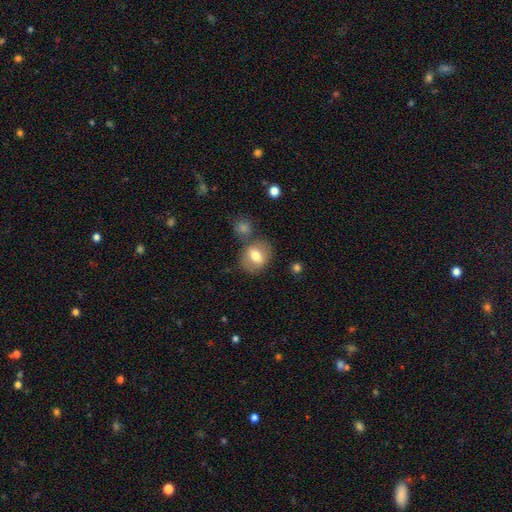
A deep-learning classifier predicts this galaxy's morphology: smooth-or-featured: smooth: 68% | featured or disk: 23% | star or artifact: 8%
  how-rounded: round: 55% | in between: 44% | cigar-shaped: 1%
  merging: none: 63% | merger: 18% | minor disturbance: 14% | major disturbance: 5%